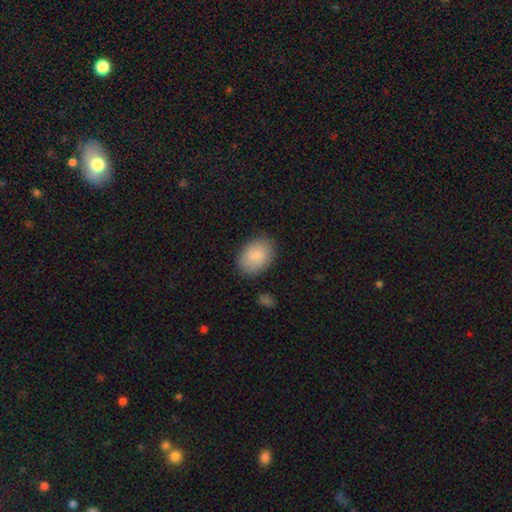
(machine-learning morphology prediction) Q: Smooth or featured?
A: smooth (87%); runner-up: featured or disk (7%)
Q: How rounded?
A: in between (81%); runner-up: round (18%)
Q: Merging?
A: none (84%); runner-up: minor disturbance (11%)